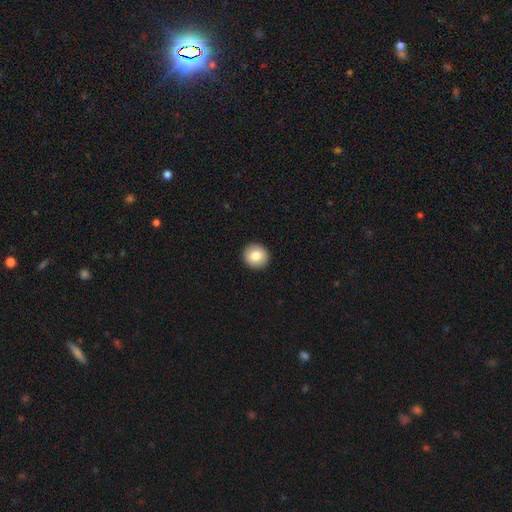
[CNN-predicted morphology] Q: Smooth or featured?
A: smooth (83%); runner-up: featured or disk (9%)
Q: How rounded?
A: round (93%); runner-up: in between (6%)
Q: Merging?
A: none (93%); runner-up: minor disturbance (4%)